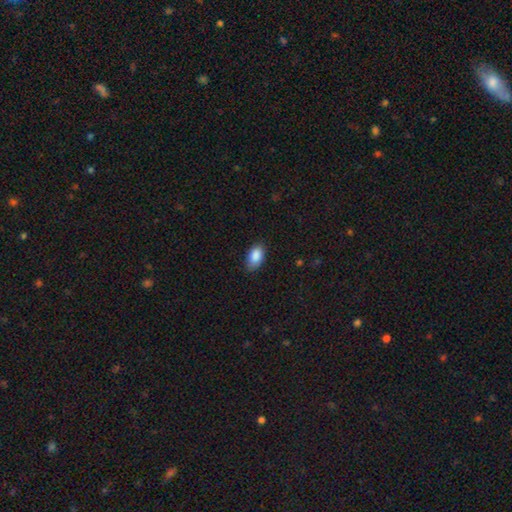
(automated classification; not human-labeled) Smooth or featured: smooth — 89% (star or artifact — 7%)
How rounded: in between — 93% (round — 5%)
Merging: none — 80% (minor disturbance — 16%)